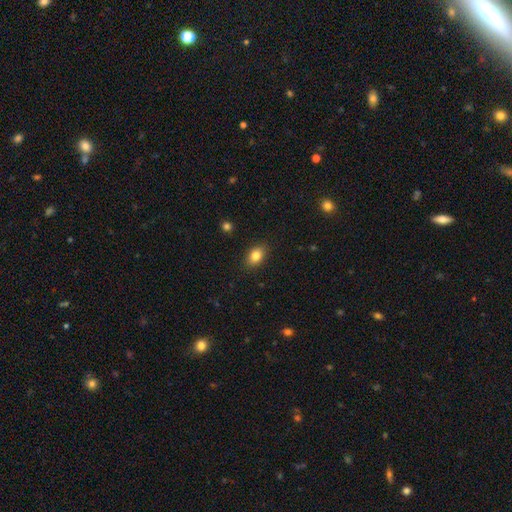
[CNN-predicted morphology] Smooth or featured? smooth (84%)
How rounded? in between (81%)
Merging? none (88%)